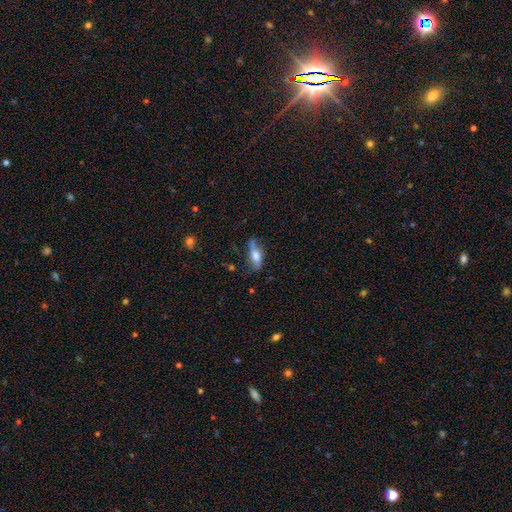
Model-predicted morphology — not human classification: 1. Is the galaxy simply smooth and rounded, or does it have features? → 54% smooth, 39% featured or disk, 7% star or artifact.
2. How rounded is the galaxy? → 66% in between, 30% cigar-shaped, 4% round.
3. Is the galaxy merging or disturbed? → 61% none, 27% minor disturbance, 9% major disturbance, 3% merger.